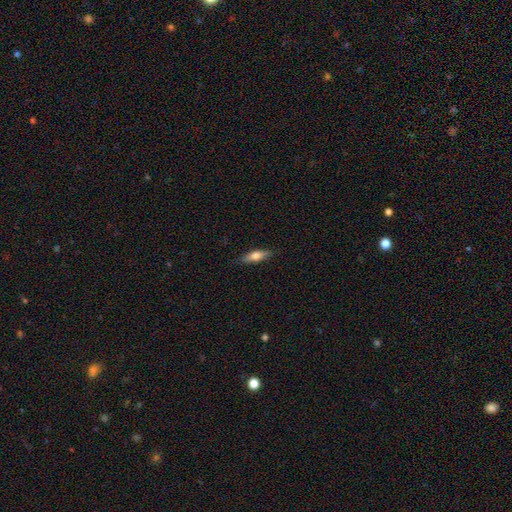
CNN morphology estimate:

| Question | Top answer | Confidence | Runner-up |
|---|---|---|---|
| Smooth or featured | smooth | 62% | featured or disk (32%) |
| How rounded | cigar-shaped | 51% | in between (47%) |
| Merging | none | 85% | minor disturbance (11%) |